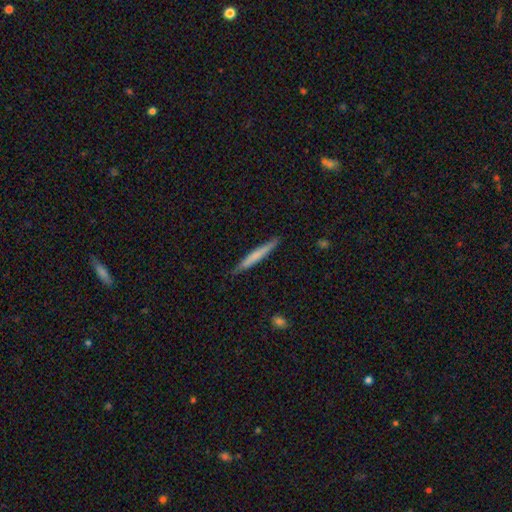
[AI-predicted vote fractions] smooth 63%, featured or disk 32%, star or artifact 5%. Down the decision tree: how rounded — cigar-shaped (96%); merging — none (88%).